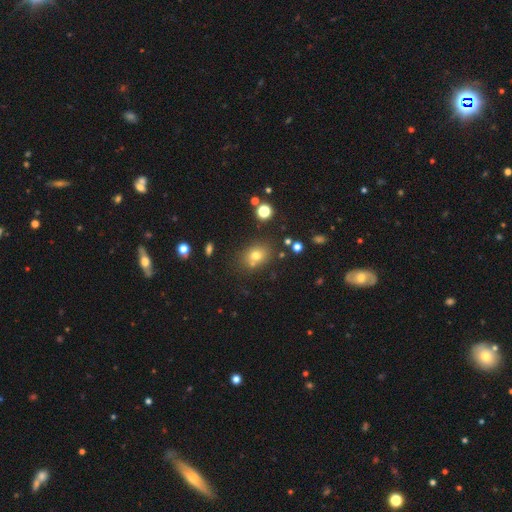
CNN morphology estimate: Overall: smooth (71%). How rounded: round (53%; in between 46%). Merging: none (70%).